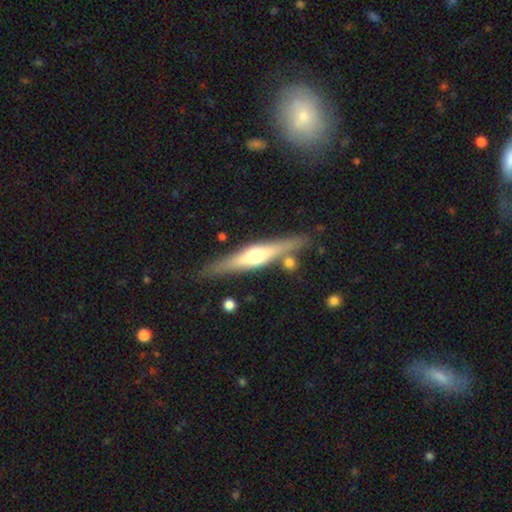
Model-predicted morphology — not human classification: Overall: featured or disk (66%; smooth 28%). Edge-on disk: yes (96%). Edge-on bulge: rounded (89%). Merging: none (82%).